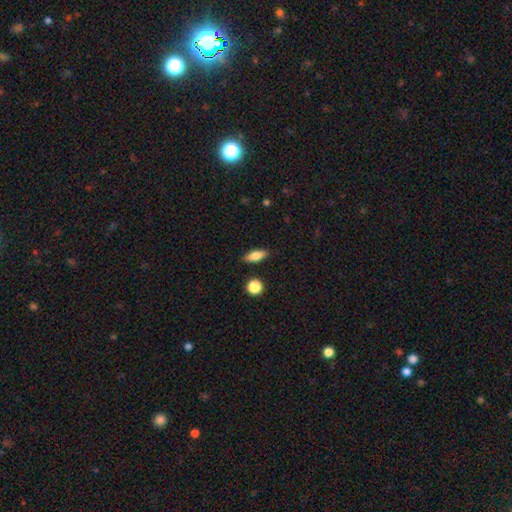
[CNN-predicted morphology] Smooth or featured?
  - smooth: 73% *
  - featured or disk: 19%
  - star or artifact: 8%
How rounded?
  - in between: 68% *
  - cigar-shaped: 27%
  - round: 5%
Merging?
  - none: 87% *
  - minor disturbance: 9%
  - merger: 2%
  - major disturbance: 2%